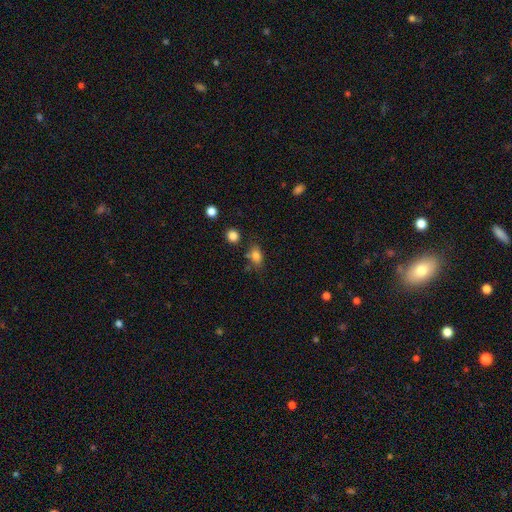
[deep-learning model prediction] Q: Smooth or featured?
A: smooth (81%); runner-up: star or artifact (11%)
Q: How rounded?
A: in between (79%); runner-up: round (18%)
Q: Merging?
A: none (67%); runner-up: minor disturbance (17%)